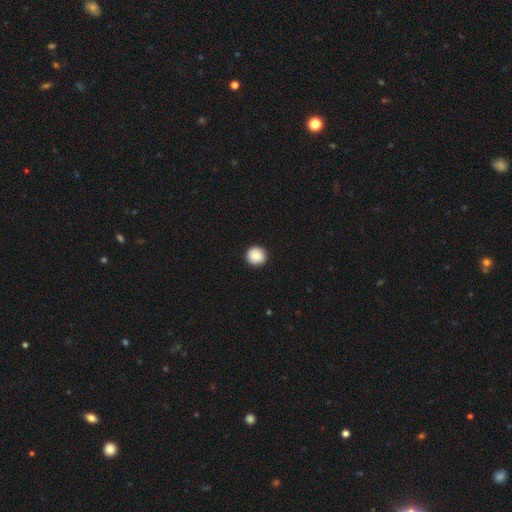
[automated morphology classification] This appears to be a smooth galaxy with no disk features (88%) that is round (94%). Merging: none (92%).